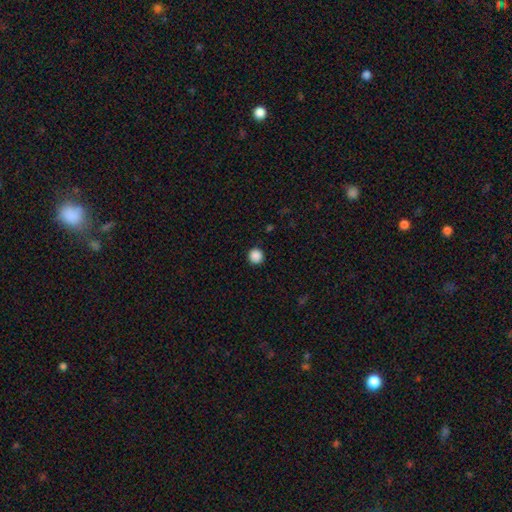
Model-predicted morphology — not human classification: Smooth or featured: smooth — 88% (star or artifact — 10%)
How rounded: round — 95% (in between — 4%)
Merging: none — 93% (minor disturbance — 5%)